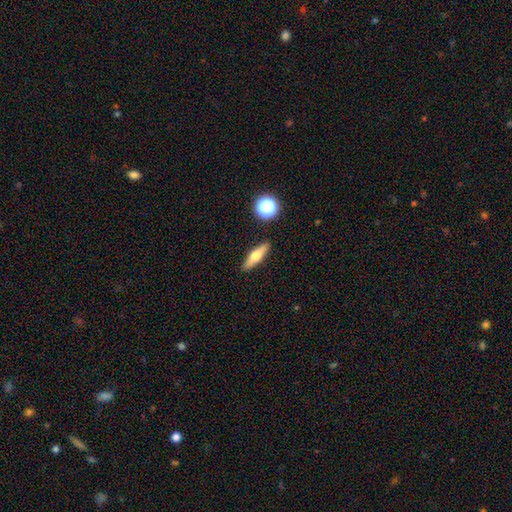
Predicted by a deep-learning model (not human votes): smooth_or_featured: smooth (p=0.49) [alt: featured or disk p=0.44]
merging: none (p=0.89) [alt: minor disturbance p=0.07]